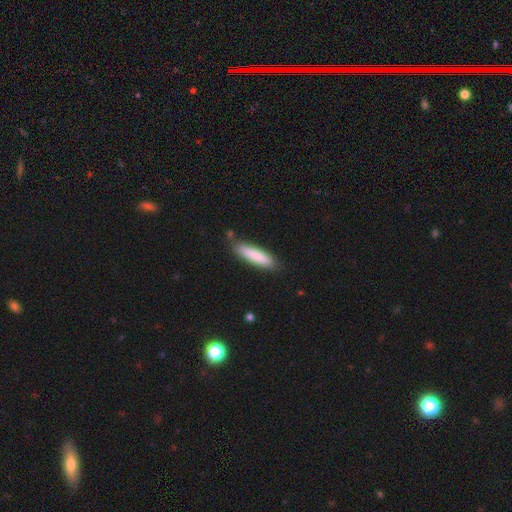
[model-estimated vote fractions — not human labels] Overall: smooth (83%). How rounded: cigar-shaped (79%). Merging: none (82%).